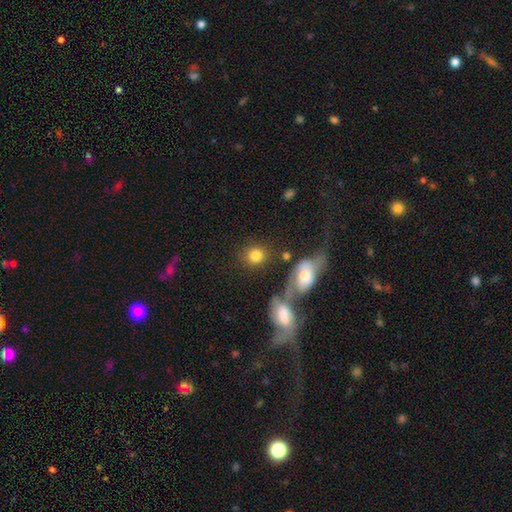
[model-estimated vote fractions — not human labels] Q: Smooth or featured?
A: smooth (82%); runner-up: featured or disk (10%)
Q: How rounded?
A: round (78%); runner-up: in between (21%)
Q: Merging?
A: none (64%); runner-up: merger (17%)